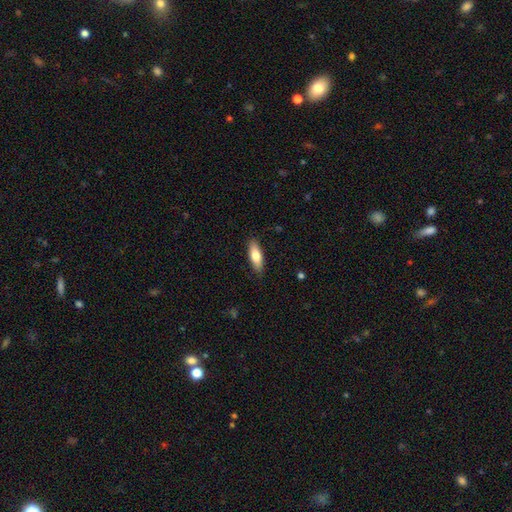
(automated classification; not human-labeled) smooth 76%, featured or disk 19%, star or artifact 6%. Down the decision tree: how rounded — in between (60%); merging — none (87%).